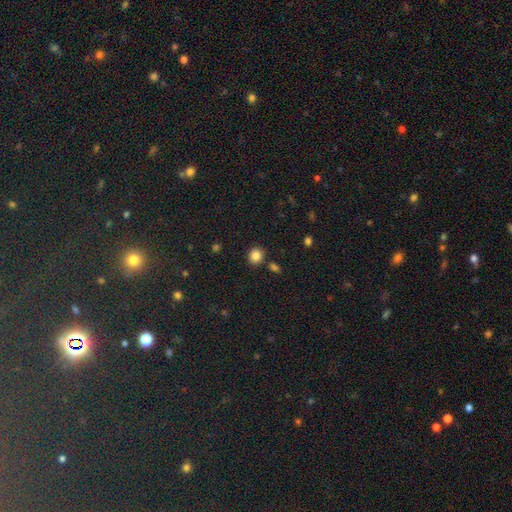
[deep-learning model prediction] Overall: smooth (85%). How rounded: round (77%). Merging: none (84%).